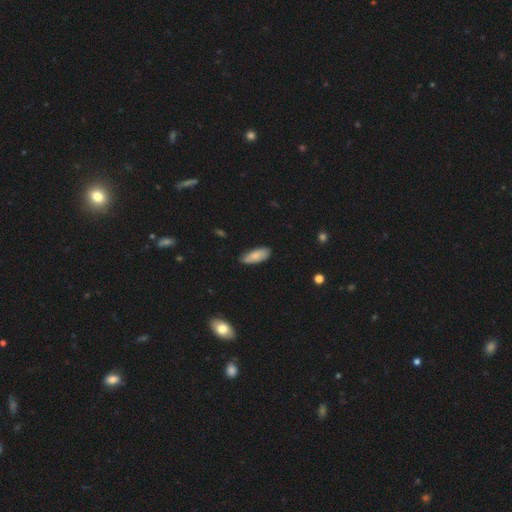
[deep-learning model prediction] Smooth or featured?
  - smooth: 81% *
  - featured or disk: 13%
  - star or artifact: 6%
How rounded?
  - in between: 78% *
  - cigar-shaped: 20%
  - round: 2%
Merging?
  - none: 76% *
  - minor disturbance: 20%
  - major disturbance: 3%
  - merger: 1%